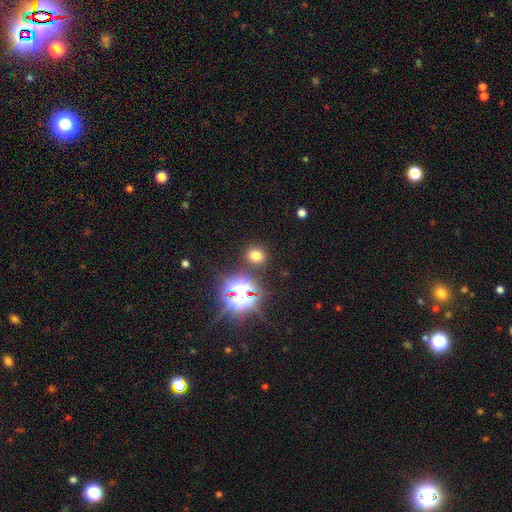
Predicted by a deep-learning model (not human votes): This is likely a smooth galaxy (66%). How rounded: likely round (74%). Merging: clearly none (85%).